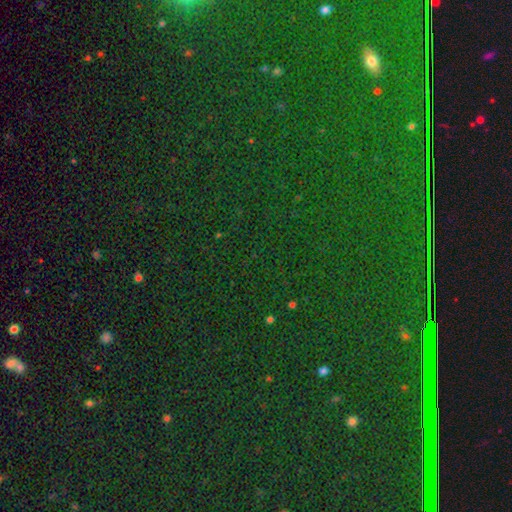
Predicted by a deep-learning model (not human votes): Smooth or featured?
  - star or artifact: 85% *
  - smooth: 8%
  - featured or disk: 7%